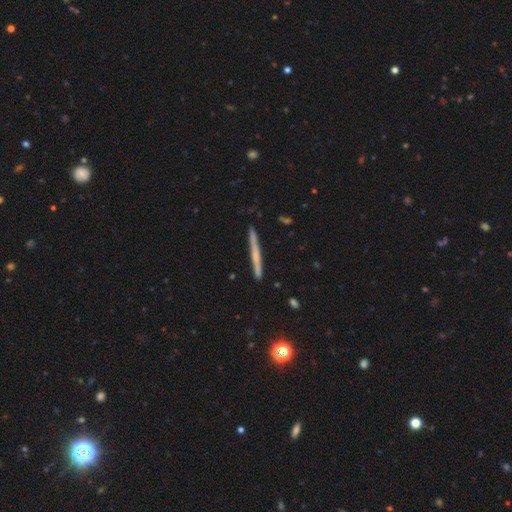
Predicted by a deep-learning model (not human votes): Morphology: type=featured or disk (49%); merging=none (90%).